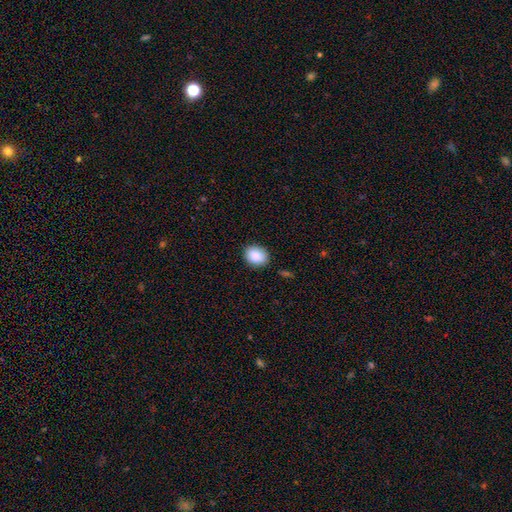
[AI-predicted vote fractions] A smooth galaxy with no disk features (89%) that is round (51%). Merging: none (88%).